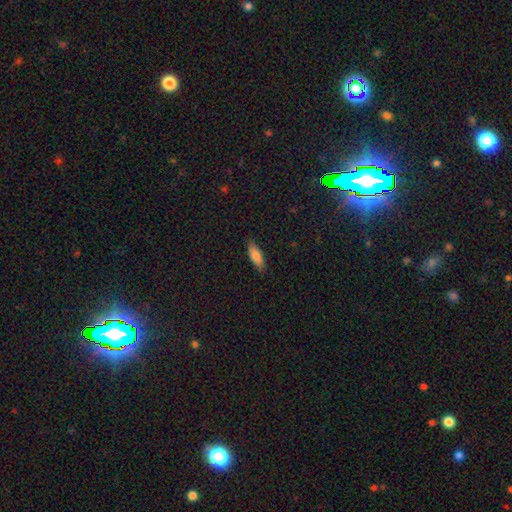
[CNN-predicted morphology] A smooth galaxy with no disk features (81%) that is in between round and cigar-shaped (53%).

Vote fractions:
- Smooth or featured? smooth: 81% / featured or disk: 12% / star or artifact: 7%
- How rounded? in between: 53% / cigar-shaped: 45% / round: 2%
- Merging? none: 86% / minor disturbance: 11% / major disturbance: 2% / merger: 1%